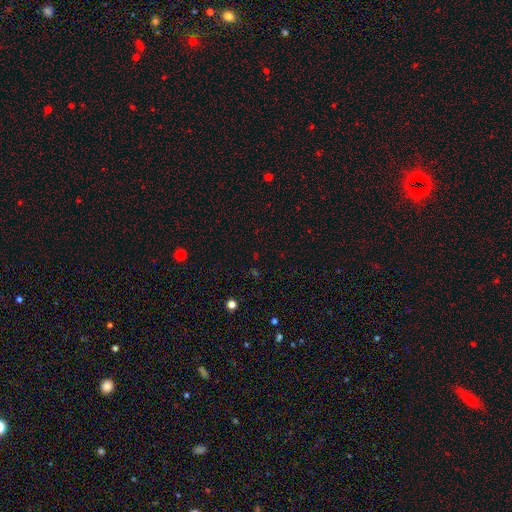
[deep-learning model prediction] The model was most divided on "smooth or featured": star or artifact: 60%, smooth: 33%, featured or disk: 8%.